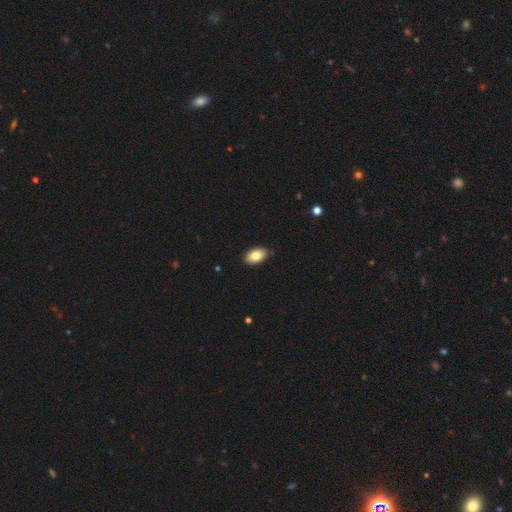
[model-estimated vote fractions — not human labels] This appears to be a smooth galaxy with no disk features (82%) that is in between round and cigar-shaped (93%). Merging: none (85%).